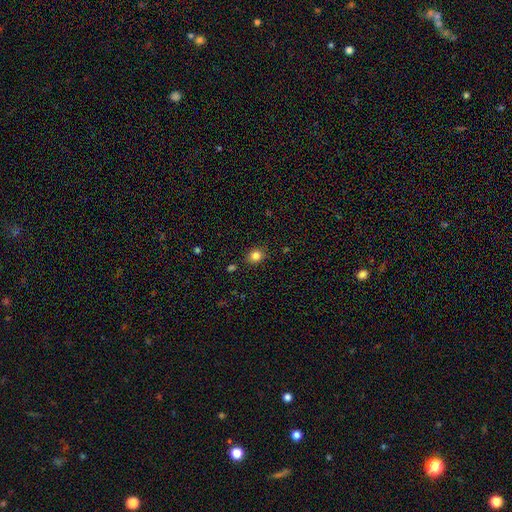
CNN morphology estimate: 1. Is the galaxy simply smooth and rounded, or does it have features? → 83% smooth, 12% star or artifact, 5% featured or disk.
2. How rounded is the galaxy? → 67% round, 32% in between, 1% cigar-shaped.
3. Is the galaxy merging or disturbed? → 87% none, 9% minor disturbance, 2% major disturbance, 2% merger.